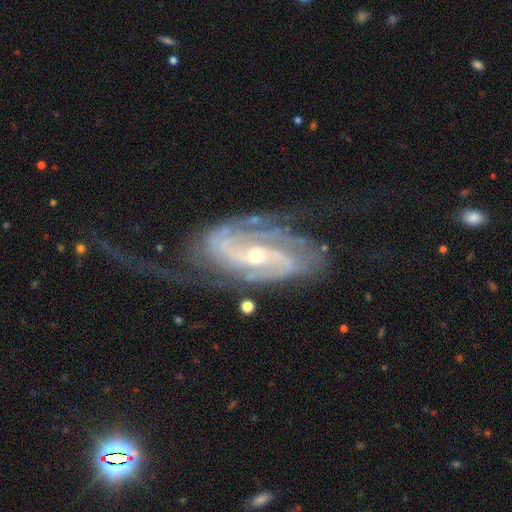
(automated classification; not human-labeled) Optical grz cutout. It shows a featured or disk galaxy (91%) with a weak bar (42%), 2 (69%) medium (43%) spiral arms (98%) and a moderate central bulge (52%). Merging: none (48%).